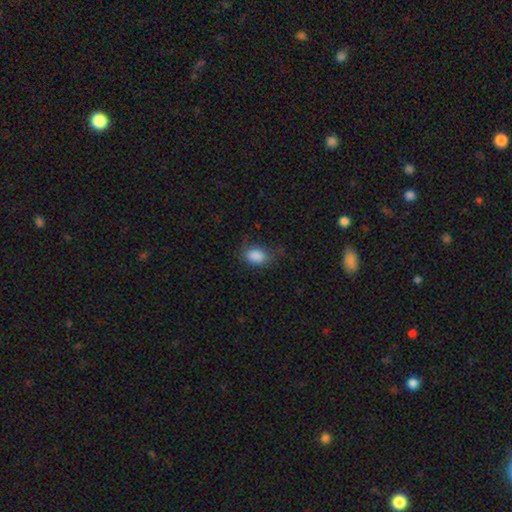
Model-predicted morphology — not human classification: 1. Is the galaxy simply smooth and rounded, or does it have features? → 86% smooth, 8% star or artifact, 5% featured or disk.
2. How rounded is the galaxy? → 80% in between, 19% round, 1% cigar-shaped.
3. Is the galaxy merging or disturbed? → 66% none, 24% minor disturbance, 9% major disturbance, 1% merger.